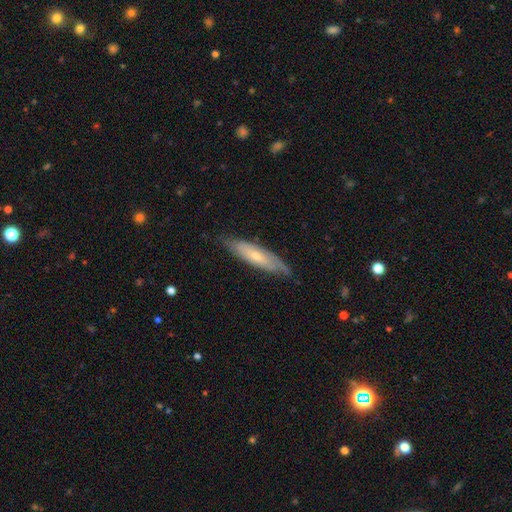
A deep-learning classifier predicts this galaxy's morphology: smooth_or_featured: featured or disk (p=0.53) [alt: smooth p=0.42]
disk_edge_on: no (p=0.55) [alt: yes p=0.45]
merging: none (p=0.72) [alt: minor disturbance p=0.22]